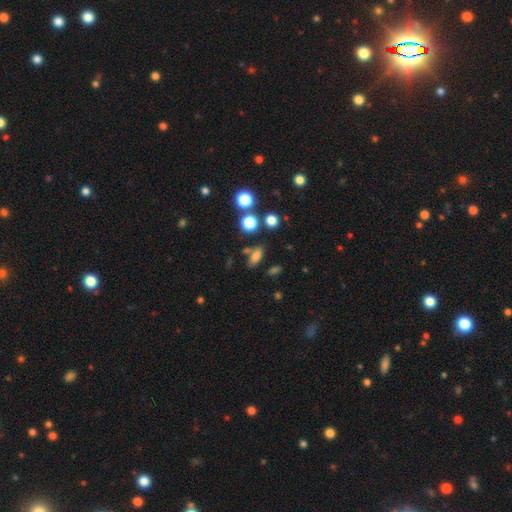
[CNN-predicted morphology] Smooth or featured? Predicted: smooth (p=0.77). How rounded? Predicted: in between (p=0.74). Merging? Predicted: none (p=0.75).